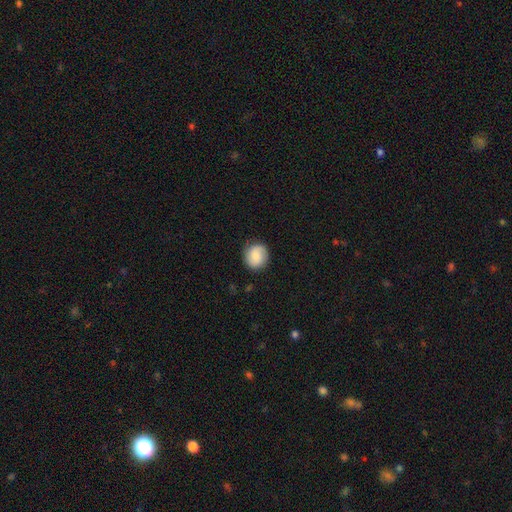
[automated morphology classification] A smooth galaxy with no disk features (71%) that is round (85%).

Vote fractions:
- Smooth or featured? smooth: 71% / featured or disk: 22% / star or artifact: 8%
- How rounded? round: 85% / in between: 14% / cigar-shaped: 1%
- Merging? none: 85% / minor disturbance: 11% / major disturbance: 3% / merger: 1%